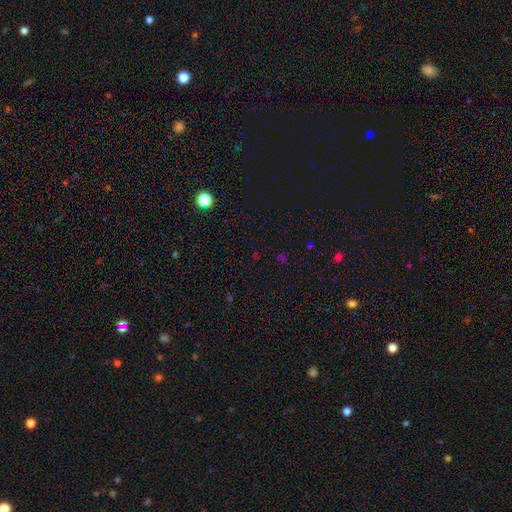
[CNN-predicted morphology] smooth_or_featured: star or artifact (p=0.64) [alt: smooth p=0.29]